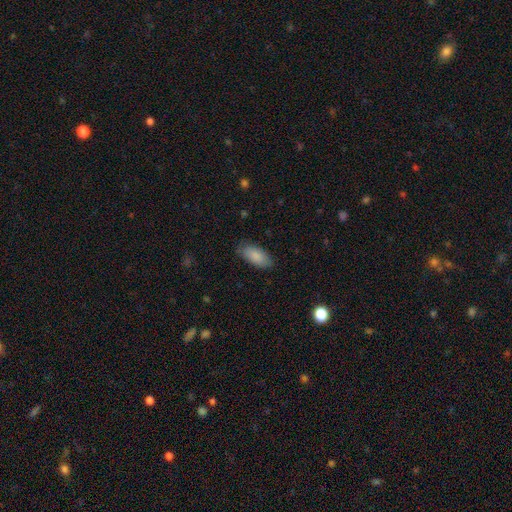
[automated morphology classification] Q: Smooth or featured?
A: smooth (87%); runner-up: featured or disk (7%)
Q: How rounded?
A: in between (90%); runner-up: cigar-shaped (8%)
Q: Merging?
A: none (79%); runner-up: minor disturbance (16%)